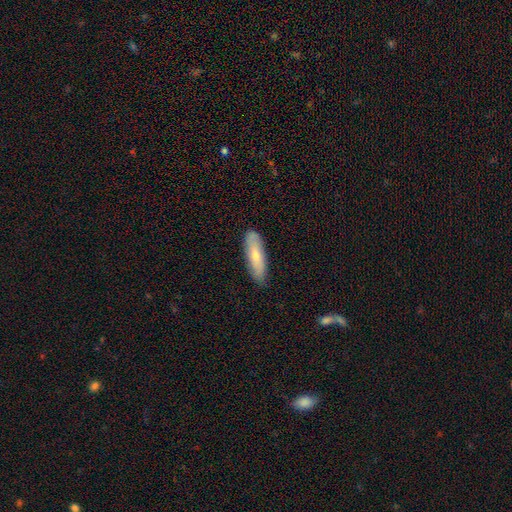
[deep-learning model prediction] Smooth or featured?
  - smooth: 62% *
  - featured or disk: 32%
  - star or artifact: 6%
How rounded?
  - in between: 50% *
  - cigar-shaped: 48%
  - round: 2%
Merging?
  - none: 82% *
  - minor disturbance: 14%
  - major disturbance: 2%
  - merger: 1%